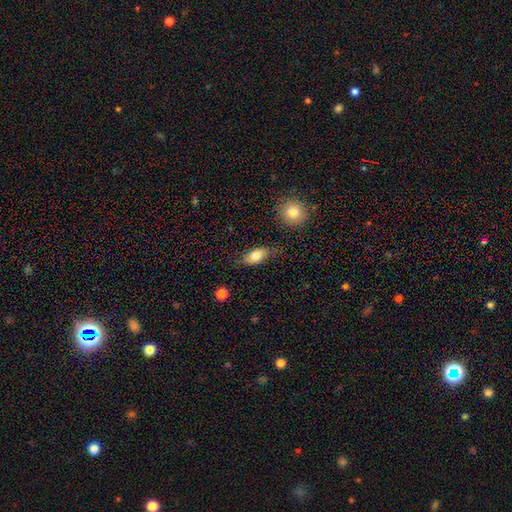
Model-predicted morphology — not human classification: smooth_or_featured: smooth (p=0.77) [alt: featured or disk p=0.16]
how_rounded: in between (p=0.85) [alt: cigar-shaped p=0.08]
merging: none (p=0.68) [alt: minor disturbance p=0.23]